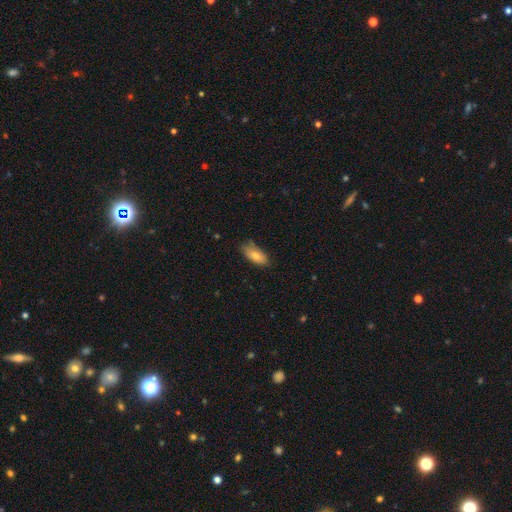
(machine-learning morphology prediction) Smooth or featured? Predicted: smooth (p=0.78). How rounded? Predicted: in between (p=0.86). Merging? Predicted: none (p=0.71).